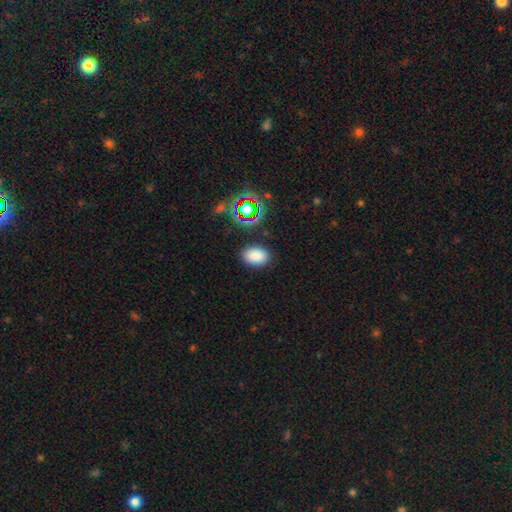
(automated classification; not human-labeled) smooth-or-featured: smooth: 81% | star or artifact: 14% | featured or disk: 5%
  how-rounded: in between: 83% | round: 16% | cigar-shaped: 1%
  merging: none: 85% | minor disturbance: 10% | major disturbance: 3% | merger: 2%